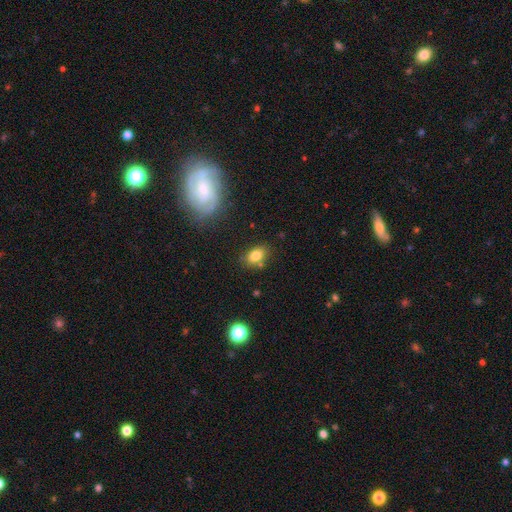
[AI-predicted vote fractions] smooth_or_featured: smooth (p=0.80) [alt: star or artifact p=0.10]
how_rounded: in between (p=0.82) [alt: round p=0.16]
merging: none (p=0.74) [alt: minor disturbance p=0.15]